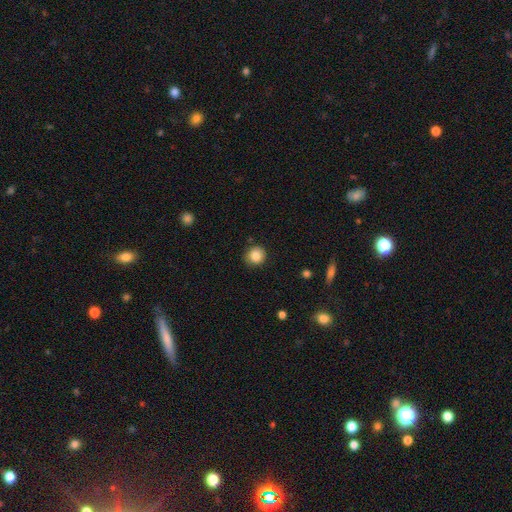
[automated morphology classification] Overall: smooth (86%). How rounded: round (90%). Merging: none (83%).